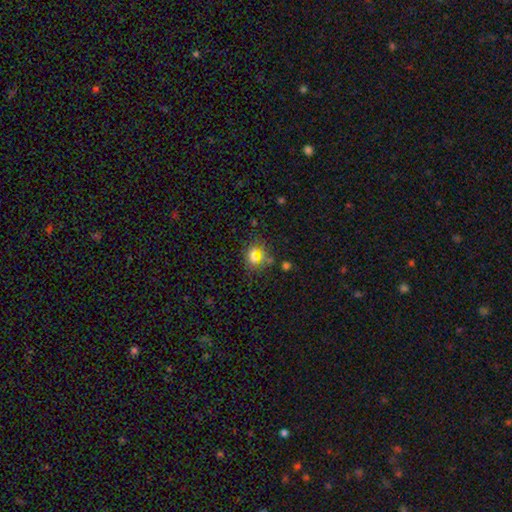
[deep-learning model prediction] smooth 61%, star or artifact 28%, featured or disk 10%. Down the decision tree: how rounded — round (66%); merging — none (78%).